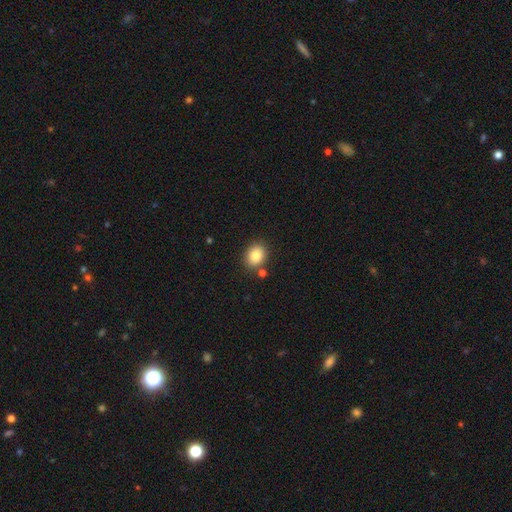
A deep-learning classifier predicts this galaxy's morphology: This appears to be a smooth galaxy with no disk features (85%) that is round (52%). Merging: none (82%).